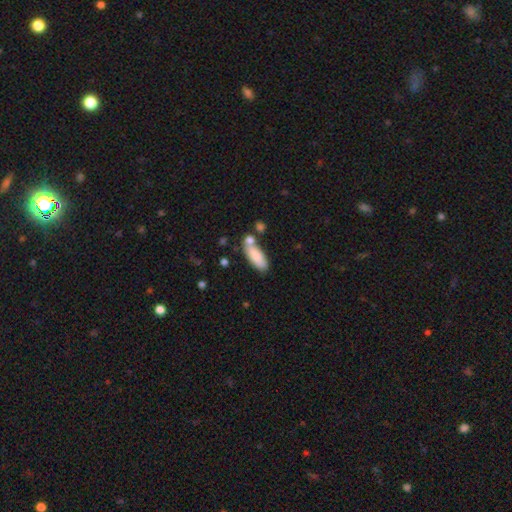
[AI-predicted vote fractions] Smooth or featured? Predicted: smooth (p=0.85). How rounded? Predicted: in between (p=0.71). Merging? Predicted: none (p=0.62).